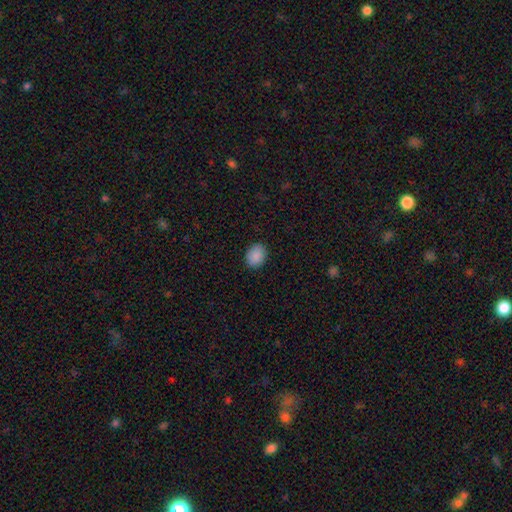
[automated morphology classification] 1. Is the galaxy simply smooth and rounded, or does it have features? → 89% smooth, 8% star or artifact, 3% featured or disk.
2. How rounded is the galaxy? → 52% in between, 47% round, 1% cigar-shaped.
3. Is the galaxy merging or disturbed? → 88% none, 8% minor disturbance, 2% major disturbance, 1% merger.